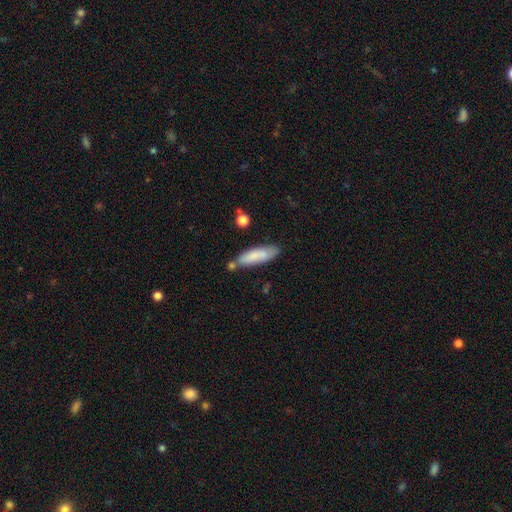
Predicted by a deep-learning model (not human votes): smooth 76%, featured or disk 17%, star or artifact 6%. Down the decision tree: how rounded — cigar-shaped (59%); merging — none (61%).